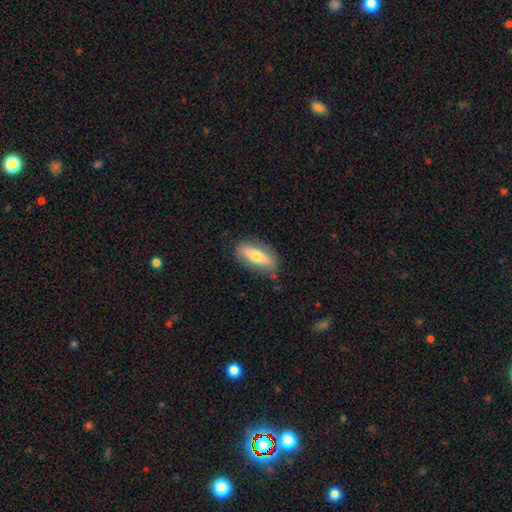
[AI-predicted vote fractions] A smooth galaxy with no disk features (65%) that is in between round and cigar-shaped (74%).

Vote fractions:
- Smooth or featured? smooth: 65% / featured or disk: 29% / star or artifact: 6%
- How rounded? in between: 74% / cigar-shaped: 23% / round: 3%
- Merging? none: 74% / minor disturbance: 19% / major disturbance: 5% / merger: 2%